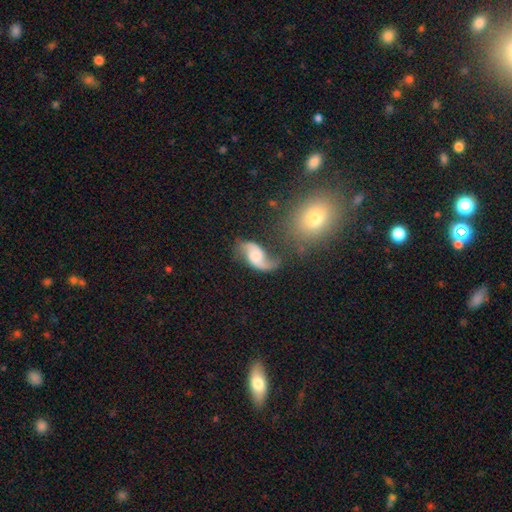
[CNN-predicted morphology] This is clearly a featured or disk galaxy (82%). It is clearly not viewed edge-on (97%). Bar: possibly no (53%). Spiral arm pattern: clearly yes (95%). Spiral arm count: clearly 2 (90%). Spiral winding: likely loose (77%). Central bulge: marginally none (30%). Merging: possibly none (53%).